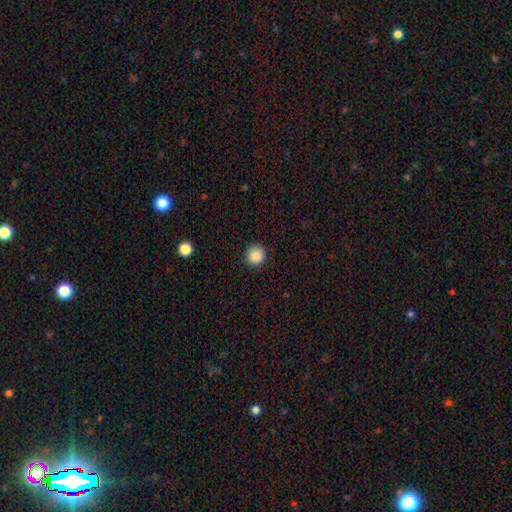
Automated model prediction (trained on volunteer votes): Smooth or featured? smooth (88%)
How rounded? round (94%)
Merging? none (91%)